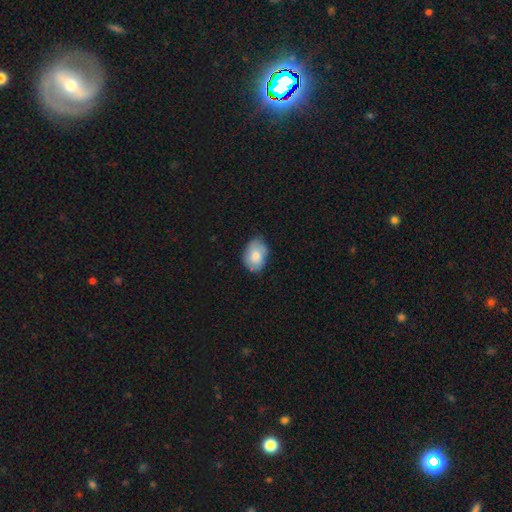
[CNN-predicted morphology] The model was most divided on "merging": none: 68%, minor disturbance: 26%, major disturbance: 4%, merger: 1%. More confident: how rounded — in between (78%); smooth or featured — smooth (77%).